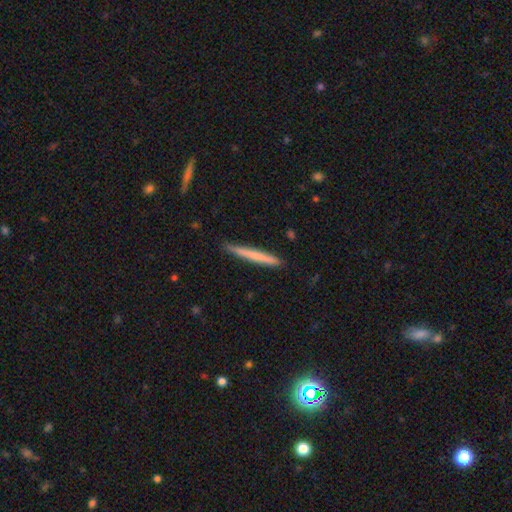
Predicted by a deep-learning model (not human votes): Morphology: type=smooth (67%); roundness=cigar-shaped (97%); merging=none (88%).